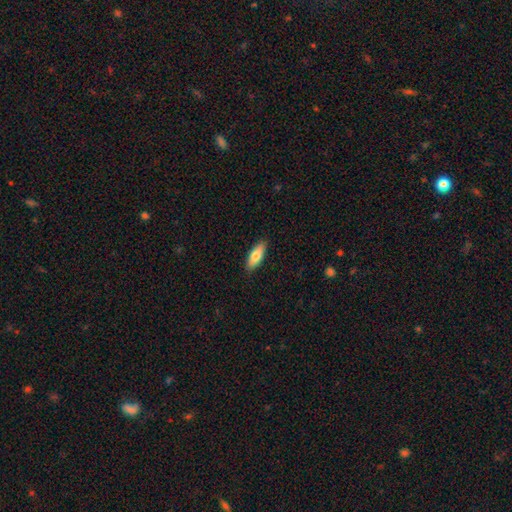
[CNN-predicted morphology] This is likely a smooth galaxy (76%). How rounded: likely in between (65%). Merging: clearly none (89%).